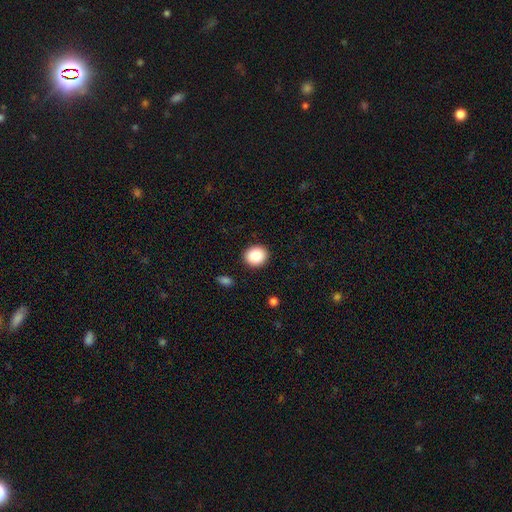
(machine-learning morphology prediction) type=smooth (87%); roundness=round (73%); merging=none (91%).